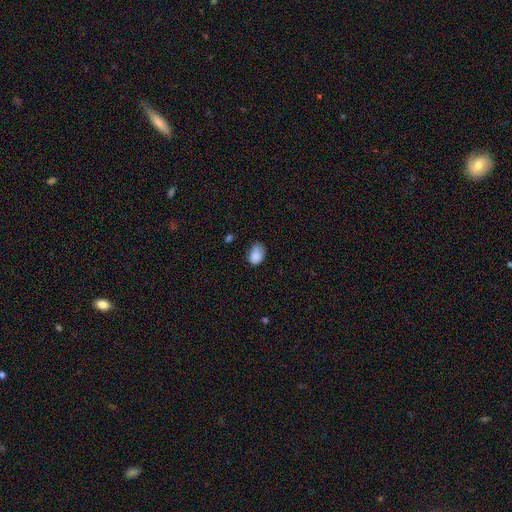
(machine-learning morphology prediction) Smooth or featured? smooth (86%)
How rounded? in between (81%)
Merging? none (51%)